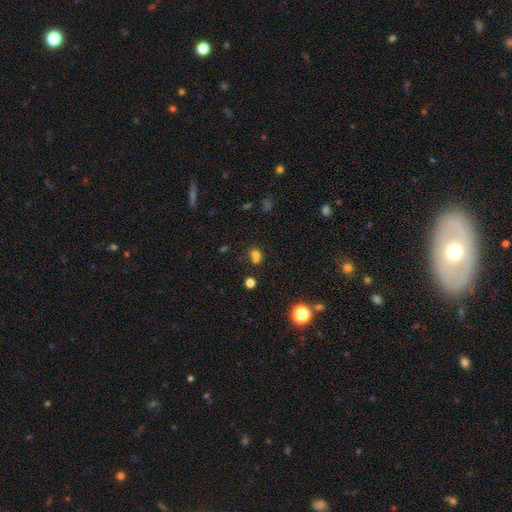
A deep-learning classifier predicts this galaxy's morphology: A smooth galaxy with no disk features (69%) that is round (72%).

Vote fractions:
- Smooth or featured? smooth: 69% / star or artifact: 19% / featured or disk: 12%
- How rounded? round: 72% / in between: 26% / cigar-shaped: 1%
- Merging? merger: 48% / none: 40% / minor disturbance: 8% / major disturbance: 4%